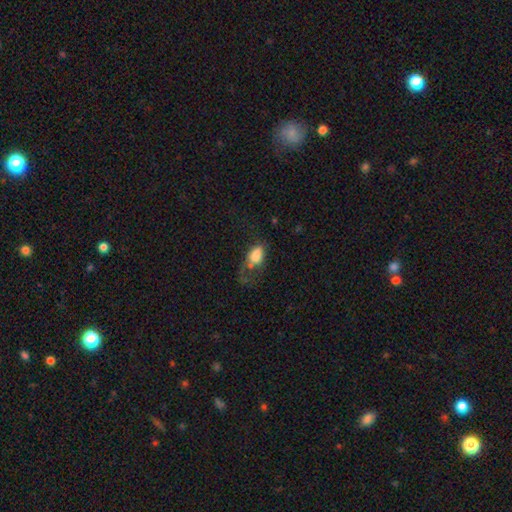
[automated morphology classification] Smooth or featured?
  - smooth: 73% *
  - featured or disk: 17%
  - star or artifact: 10%
How rounded?
  - in between: 86% *
  - round: 12%
  - cigar-shaped: 2%
Merging?
  - major disturbance: 48% *
  - none: 20%
  - minor disturbance: 18%
  - merger: 13%